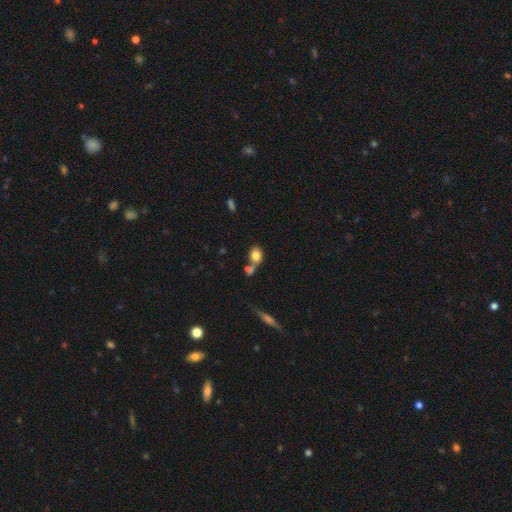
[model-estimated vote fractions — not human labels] Smooth or featured? smooth (80%)
How rounded? in between (57%)
Merging? merger (42%)